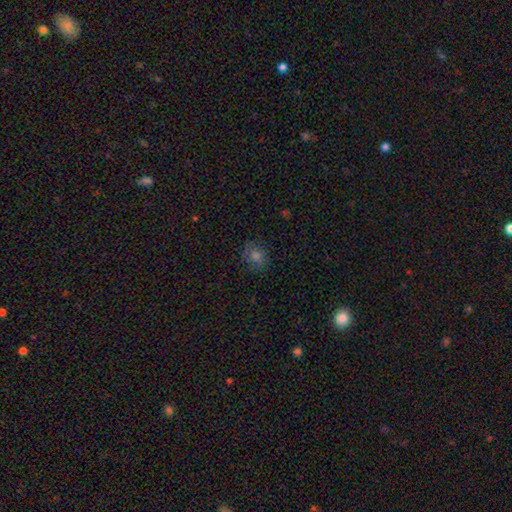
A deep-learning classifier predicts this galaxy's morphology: Overall: smooth (68%). How rounded: round (71%). Merging: none (81%).